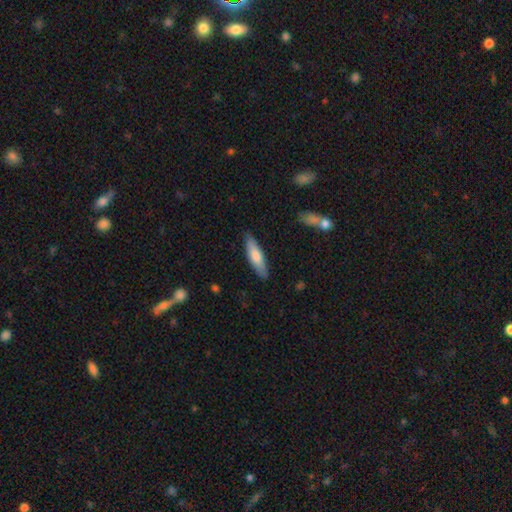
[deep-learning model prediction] Q: Smooth or featured?
A: smooth (71%); runner-up: featured or disk (24%)
Q: How rounded?
A: cigar-shaped (63%); runner-up: in between (35%)
Q: Merging?
A: none (85%); runner-up: minor disturbance (12%)